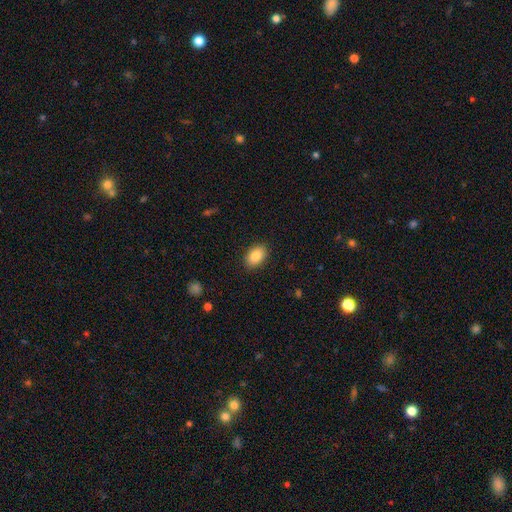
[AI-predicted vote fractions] Morphology: type=smooth (86%); roundness=in between (88%); merging=none (89%).